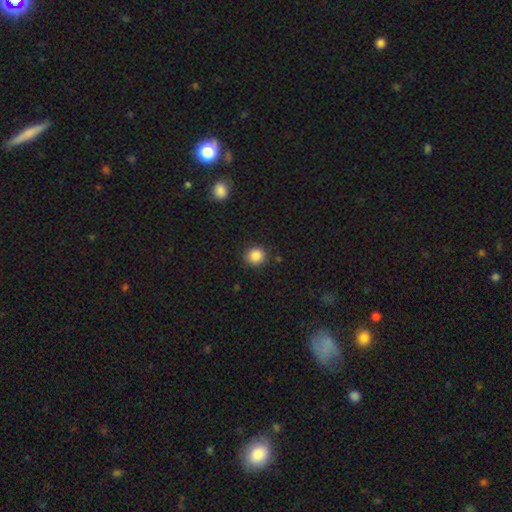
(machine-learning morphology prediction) smooth_or_featured: smooth (p=0.86) [alt: star or artifact p=0.10]
how_rounded: round (p=0.88) [alt: in between p=0.12]
merging: none (p=0.88) [alt: minor disturbance p=0.08]